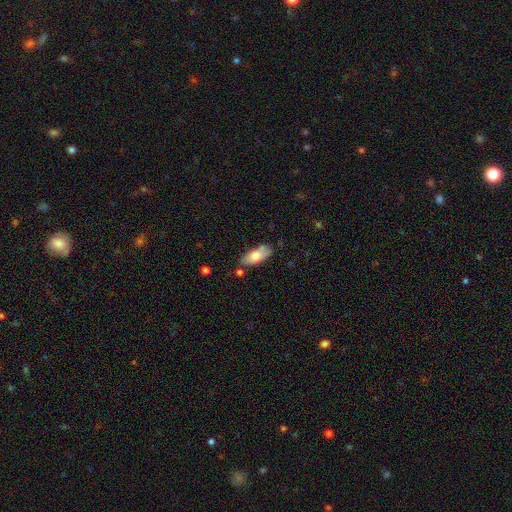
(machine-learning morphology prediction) type=smooth (76%); roundness=in between (82%); merging=none (65%).